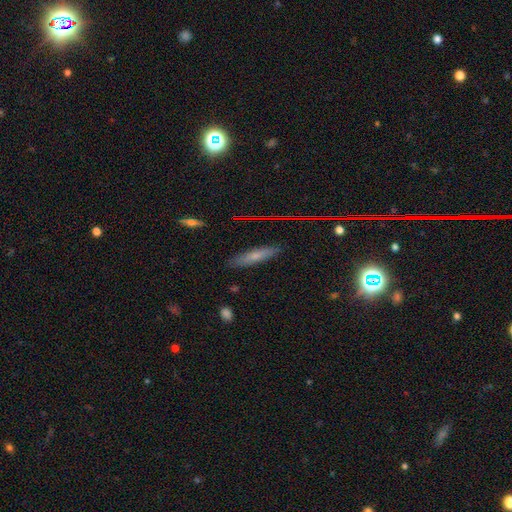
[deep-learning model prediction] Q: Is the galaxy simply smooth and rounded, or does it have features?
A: smooth — 60%.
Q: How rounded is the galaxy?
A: cigar-shaped — 81%.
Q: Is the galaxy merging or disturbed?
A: none — 86%.